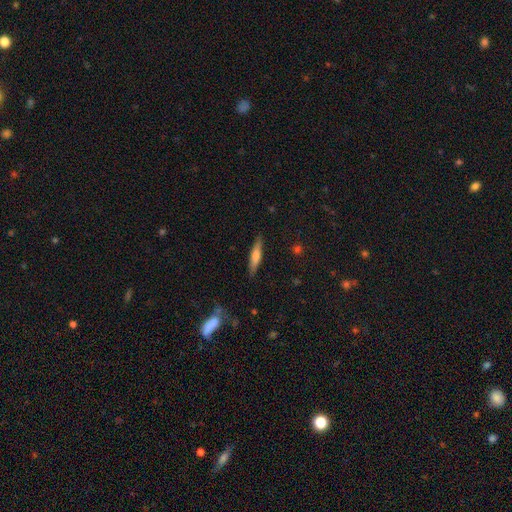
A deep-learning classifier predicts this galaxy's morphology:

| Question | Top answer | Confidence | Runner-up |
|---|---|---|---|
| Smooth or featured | smooth | 59% | featured or disk (35%) |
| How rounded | cigar-shaped | 86% | in between (12%) |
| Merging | none | 87% | minor disturbance (9%) |